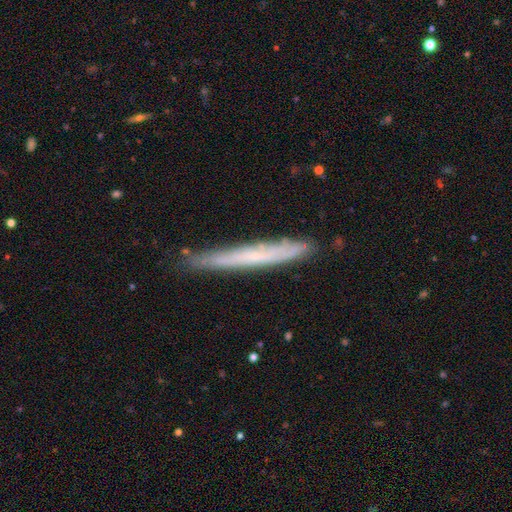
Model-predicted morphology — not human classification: A featured or disk galaxy (50%) viewed edge-on (88%). Merging: none (80%).